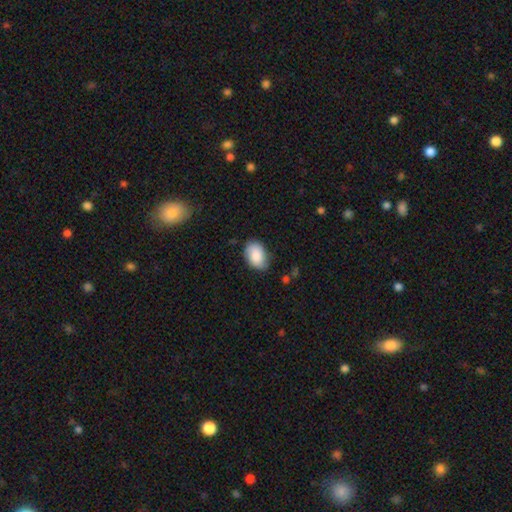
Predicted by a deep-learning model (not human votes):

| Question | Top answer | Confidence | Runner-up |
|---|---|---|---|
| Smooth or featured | smooth | 79% | featured or disk (14%) |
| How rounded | in between | 85% | round (14%) |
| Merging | none | 76% | minor disturbance (18%) |